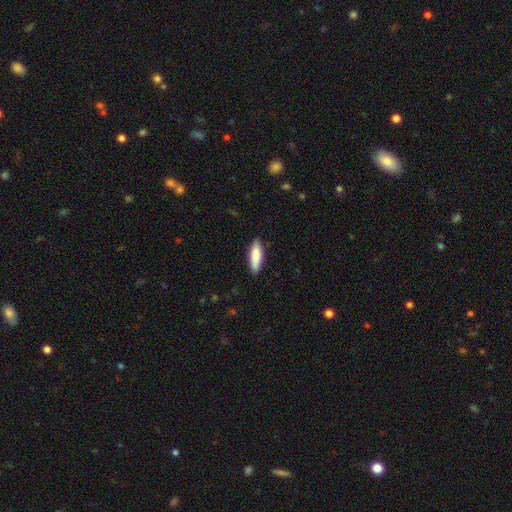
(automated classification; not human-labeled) This is clearly a smooth galaxy (84%). How rounded: possibly cigar-shaped (51%). Merging: clearly none (87%).